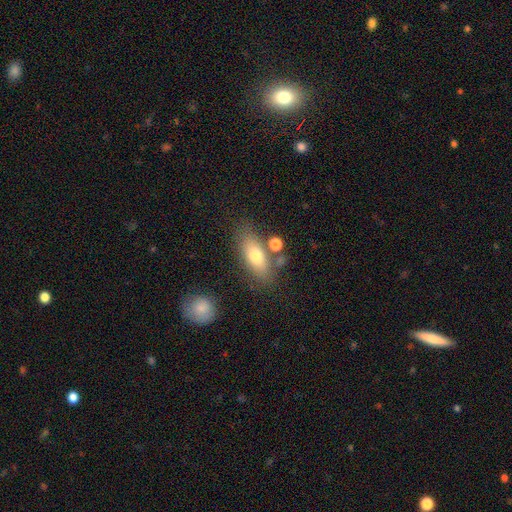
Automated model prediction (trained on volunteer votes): A smooth galaxy with no disk features (72%) that is in between round and cigar-shaped (77%).

Vote fractions:
- Smooth or featured? smooth: 72% / featured or disk: 20% / star or artifact: 8%
- How rounded? in between: 77% / cigar-shaped: 17% / round: 6%
- Merging? none: 70% / minor disturbance: 15% / merger: 10% / major disturbance: 5%